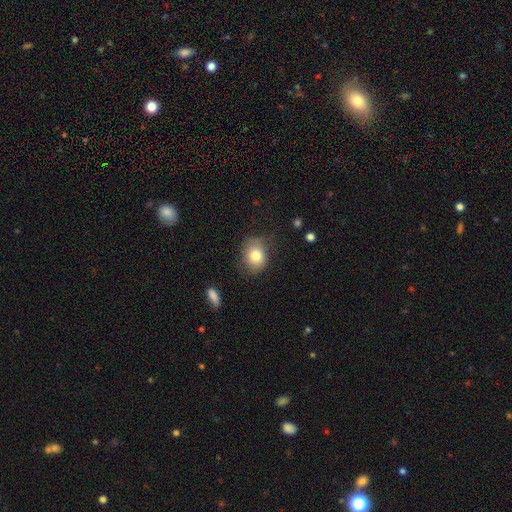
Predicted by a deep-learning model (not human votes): A smooth galaxy with no disk features (79%) that is in between round and cigar-shaped (51%).

Vote fractions:
- Smooth or featured? smooth: 79% / featured or disk: 12% / star or artifact: 9%
- How rounded? in between: 51% / round: 48% / cigar-shaped: 1%
- Merging? none: 66% / minor disturbance: 24% / major disturbance: 8% / merger: 2%